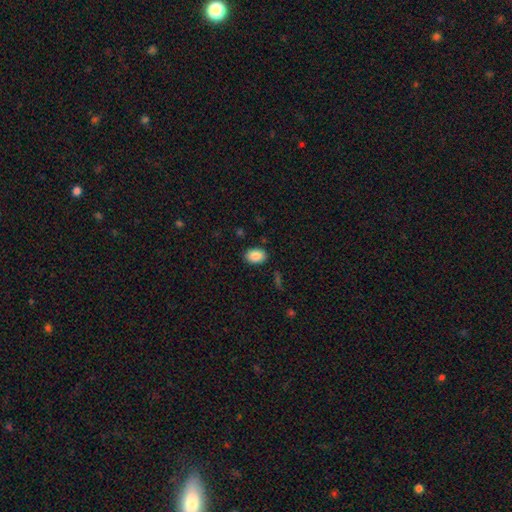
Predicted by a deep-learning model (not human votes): Overall: smooth (89%). How rounded: in between (82%). Merging: none (87%).